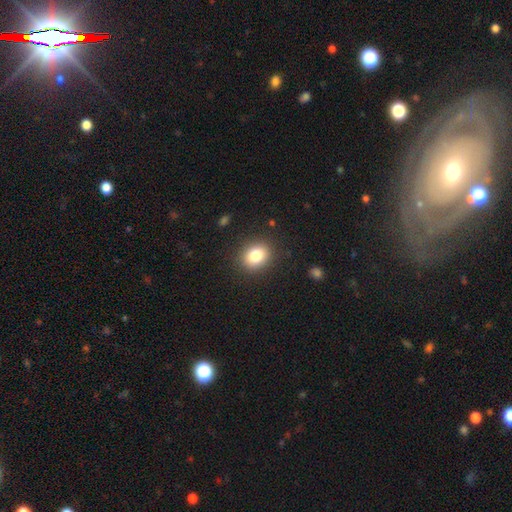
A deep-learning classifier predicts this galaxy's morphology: Overall: smooth (82%). How rounded: round (56%; in between 43%). Merging: none (88%).